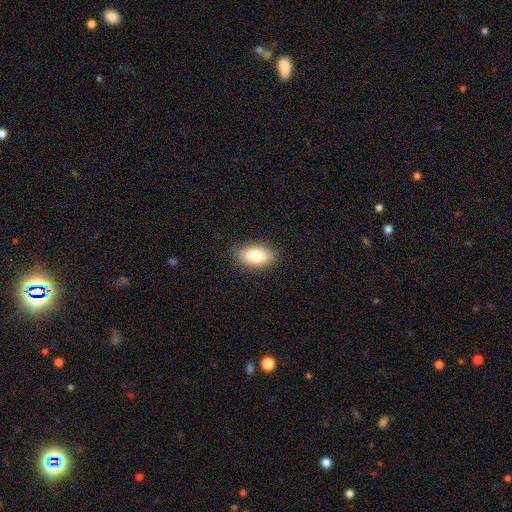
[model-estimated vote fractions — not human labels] smooth_or_featured: smooth (p=0.85) [alt: featured or disk p=0.08]
how_rounded: in between (p=0.92) [alt: cigar-shaped p=0.04]
merging: none (p=0.86) [alt: minor disturbance p=0.10]